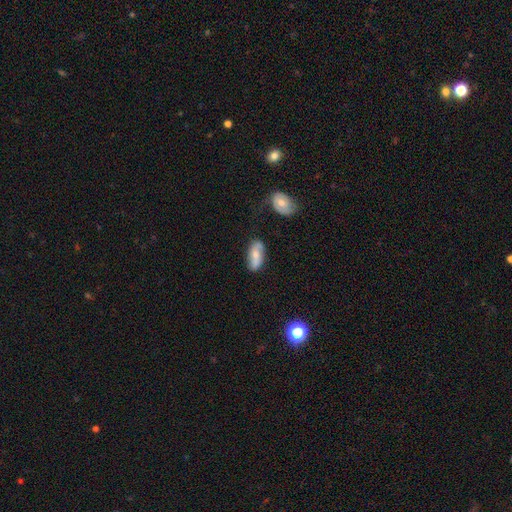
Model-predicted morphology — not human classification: smooth_or_featured: smooth (p=0.50) [alt: featured or disk p=0.43]
how_rounded: in between (p=0.81) [alt: cigar-shaped p=0.15]
merging: none (p=0.74) [alt: minor disturbance p=0.18]